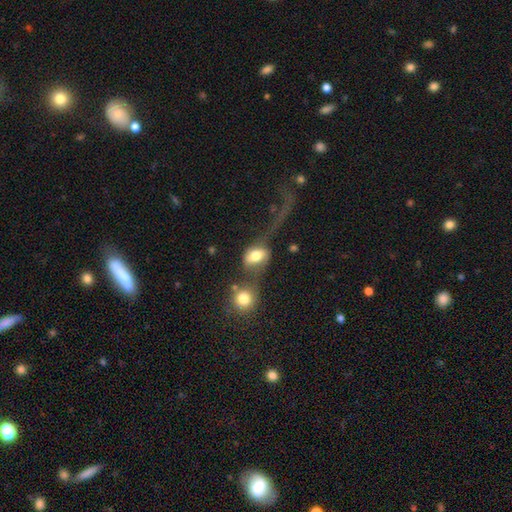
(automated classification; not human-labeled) Smooth or featured? Predicted: smooth (p=0.62). How rounded? Predicted: in between (p=0.71). Merging? Predicted: merger (p=0.41).